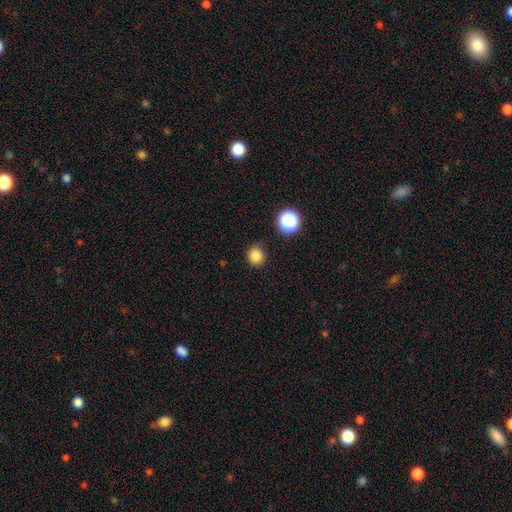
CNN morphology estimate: Smooth or featured: smooth — 83% (star or artifact — 13%)
How rounded: round — 88% (in between — 12%)
Merging: none — 84% (minor disturbance — 11%)